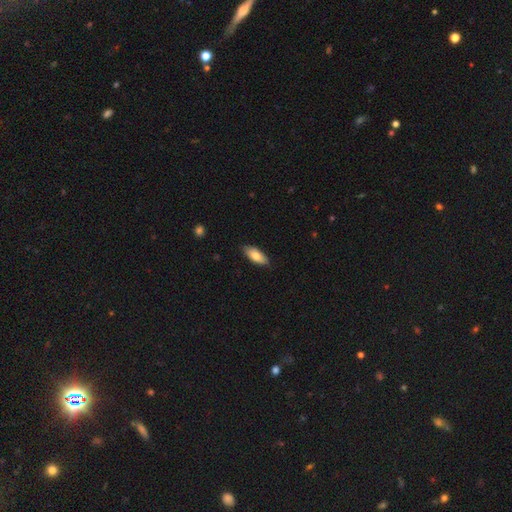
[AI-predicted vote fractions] Q: Smooth or featured?
A: smooth (76%); runner-up: featured or disk (19%)
Q: How rounded?
A: in between (82%); runner-up: cigar-shaped (16%)
Q: Merging?
A: none (84%); runner-up: minor disturbance (13%)